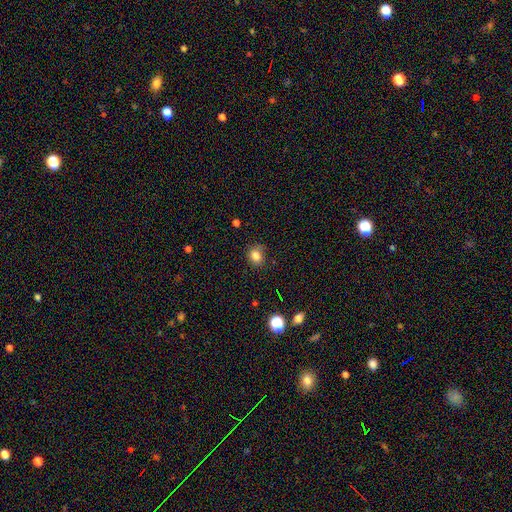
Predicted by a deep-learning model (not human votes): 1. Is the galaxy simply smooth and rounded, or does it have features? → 82% smooth, 12% star or artifact, 6% featured or disk.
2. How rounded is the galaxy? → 69% round, 30% in between, 1% cigar-shaped.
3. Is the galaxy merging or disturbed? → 78% none, 17% minor disturbance, 4% major disturbance, 2% merger.